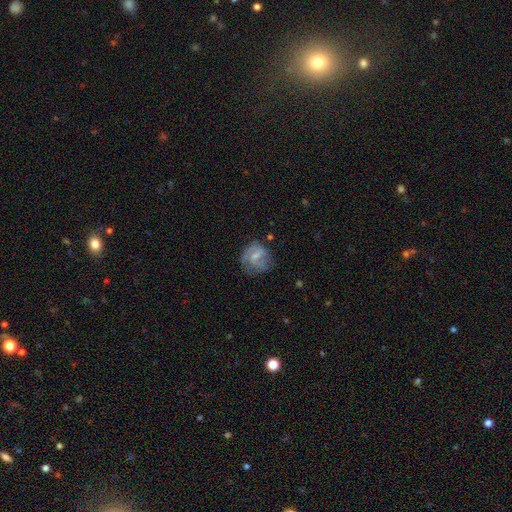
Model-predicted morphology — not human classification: This appears to be a featured or disk galaxy (56%) with a weak bar (54%), spiral arms (79%) and a small central bulge (48%). Merging: none (56%).